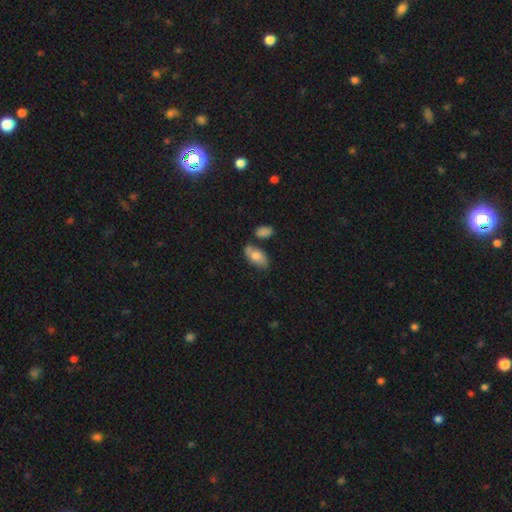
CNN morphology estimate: Q: Smooth or featured?
A: smooth (71%); runner-up: featured or disk (23%)
Q: How rounded?
A: in between (92%); runner-up: round (4%)
Q: Merging?
A: none (64%); runner-up: minor disturbance (19%)